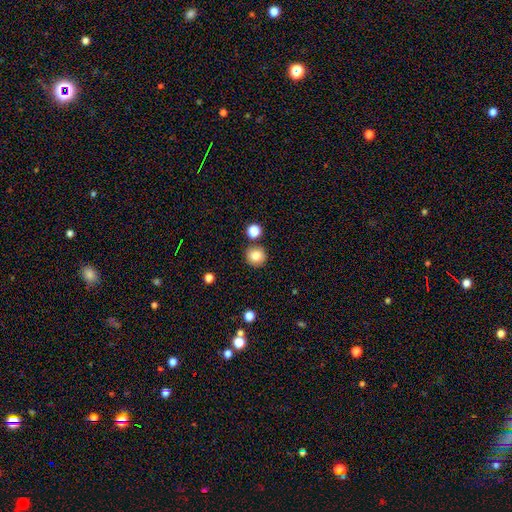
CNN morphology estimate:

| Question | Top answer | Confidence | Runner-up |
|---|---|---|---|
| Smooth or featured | smooth | 82% | star or artifact (11%) |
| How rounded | round | 93% | in between (6%) |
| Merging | none | 84% | minor disturbance (7%) |